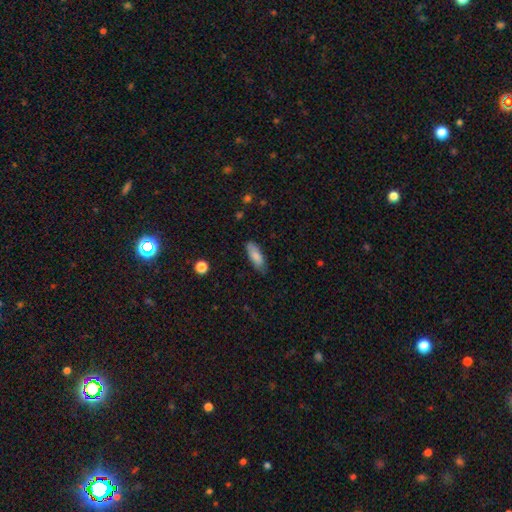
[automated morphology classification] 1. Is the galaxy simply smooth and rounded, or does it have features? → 83% smooth, 10% featured or disk, 6% star or artifact.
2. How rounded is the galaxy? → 66% in between, 32% cigar-shaped, 2% round.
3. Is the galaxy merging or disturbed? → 78% none, 18% minor disturbance, 3% major disturbance, 1% merger.